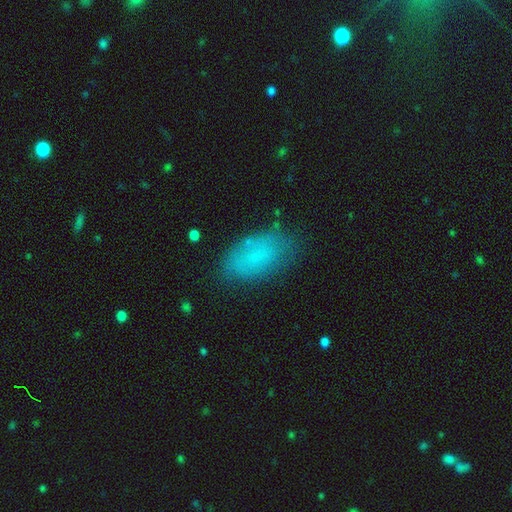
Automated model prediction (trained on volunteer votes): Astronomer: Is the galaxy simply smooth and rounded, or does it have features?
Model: smooth — 76%.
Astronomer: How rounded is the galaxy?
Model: in between — 92%.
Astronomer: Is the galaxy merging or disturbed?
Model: none — 75%.